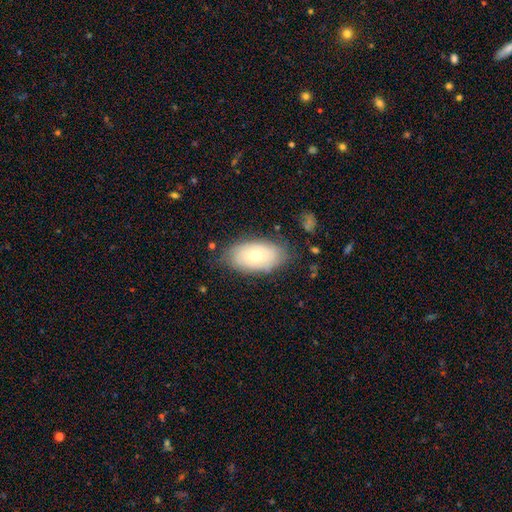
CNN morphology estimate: smooth 52%, featured or disk 40%, star or artifact 7%. Down the decision tree: how rounded — in between (93%); merging — none (76%).